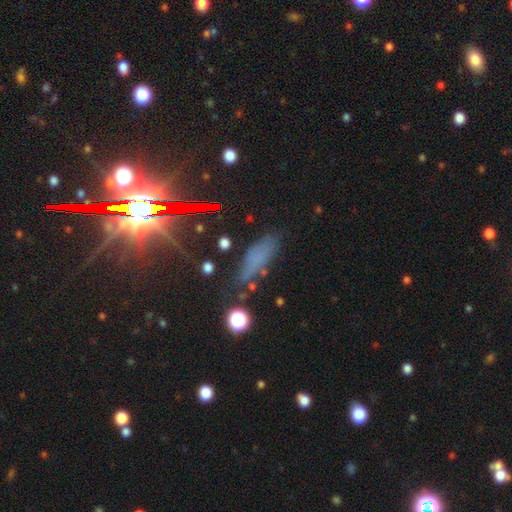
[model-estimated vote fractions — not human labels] smooth 46%, star or artifact 34%, featured or disk 20%. Down the decision tree: merging — none (68%).